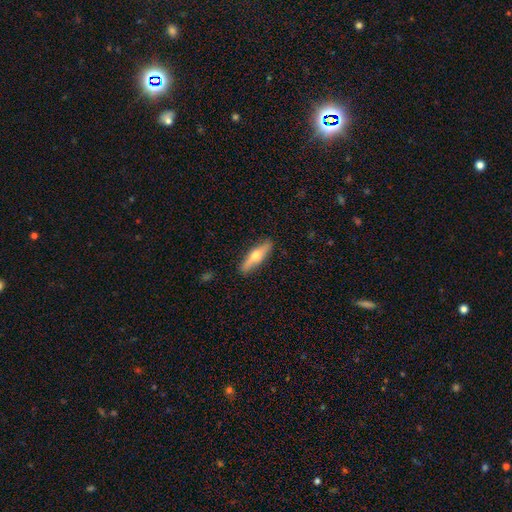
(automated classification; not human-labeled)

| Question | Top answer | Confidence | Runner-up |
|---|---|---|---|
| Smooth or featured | featured or disk | 49% | smooth (45%) |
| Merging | none | 89% | minor disturbance (8%) |